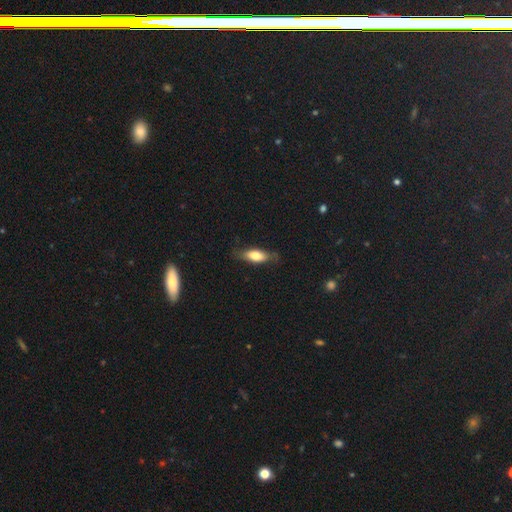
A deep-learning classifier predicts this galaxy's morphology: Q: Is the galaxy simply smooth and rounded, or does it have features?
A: smooth — 71%.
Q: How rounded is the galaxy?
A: in between — 71%.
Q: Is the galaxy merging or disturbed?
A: none — 73%.